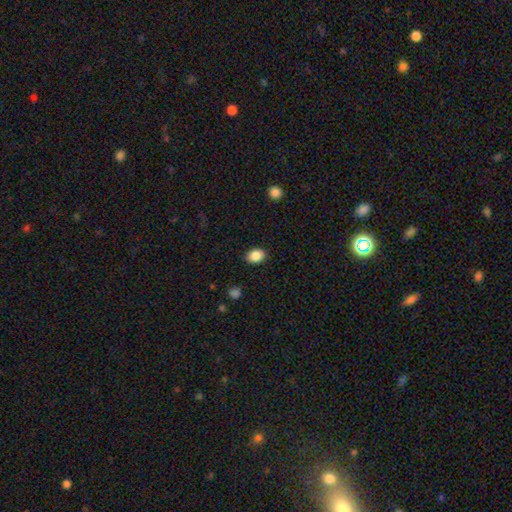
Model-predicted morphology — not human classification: Overall: smooth (88%). How rounded: in between (69%; round 30%). Merging: none (88%).